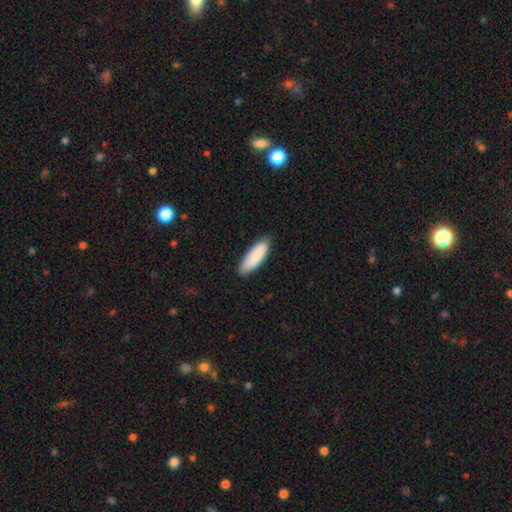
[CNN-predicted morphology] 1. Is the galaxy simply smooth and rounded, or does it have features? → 89% smooth, 6% featured or disk, 5% star or artifact.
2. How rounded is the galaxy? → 58% in between, 41% cigar-shaped, 1% round.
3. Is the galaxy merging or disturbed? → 84% none, 13% minor disturbance, 2% major disturbance, 1% merger.